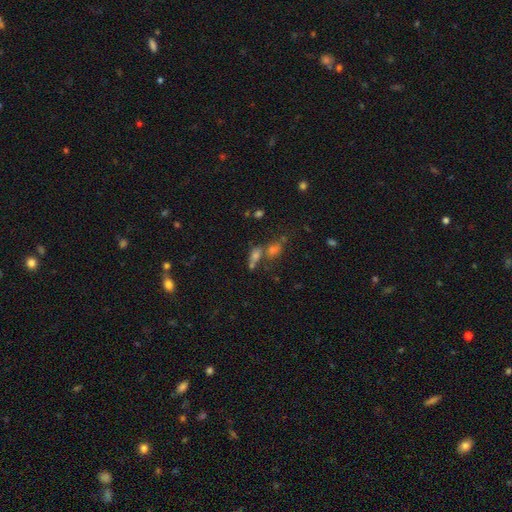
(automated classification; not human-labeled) smooth 50%, star or artifact 33%, featured or disk 17%. Down the decision tree: merging — merger (43%).